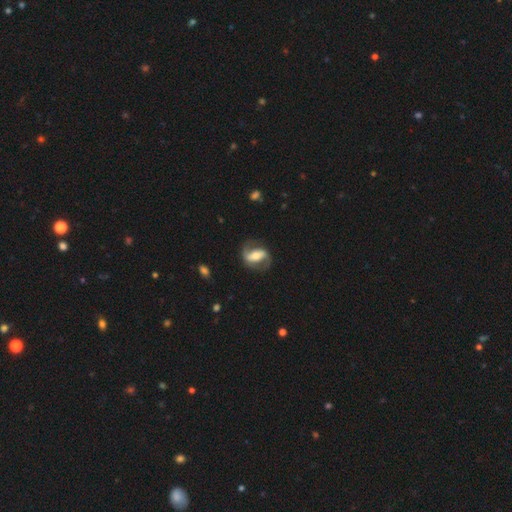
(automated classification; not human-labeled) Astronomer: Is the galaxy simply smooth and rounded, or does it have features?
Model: featured or disk — 76%.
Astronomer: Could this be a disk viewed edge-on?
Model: no — 94%.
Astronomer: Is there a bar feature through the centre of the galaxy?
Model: strong — 56%.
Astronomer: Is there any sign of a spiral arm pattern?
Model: yes — 87%.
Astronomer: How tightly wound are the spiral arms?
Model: medium — 45% (runner-up: loose, 35%).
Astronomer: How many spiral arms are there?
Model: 2 — 89%.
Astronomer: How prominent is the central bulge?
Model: moderate — 57%.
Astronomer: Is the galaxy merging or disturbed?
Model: none — 74%.